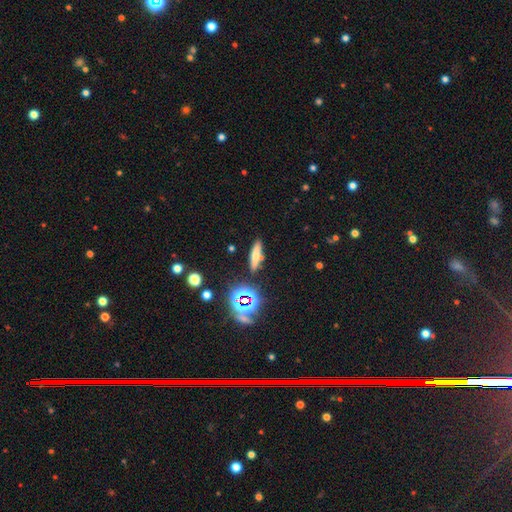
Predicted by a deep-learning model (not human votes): This appears to be a smooth galaxy with no disk features (58%) that is cigar-shaped (69%). Merging: none (79%).